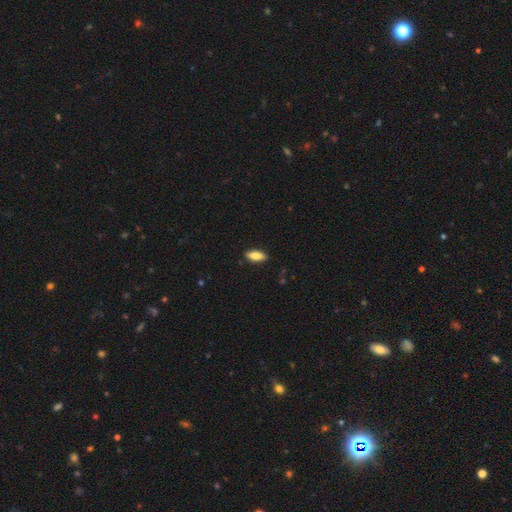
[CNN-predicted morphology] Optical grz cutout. It shows a smooth galaxy with no disk features (82%) that is in between round and cigar-shaped (76%). Merging: none (87%).